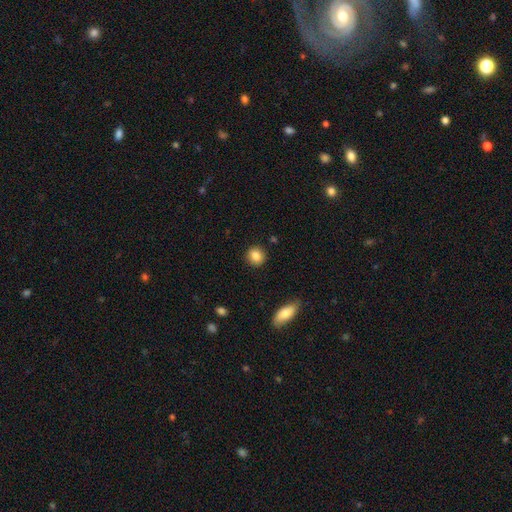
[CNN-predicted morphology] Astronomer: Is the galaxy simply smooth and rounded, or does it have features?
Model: smooth — 85%.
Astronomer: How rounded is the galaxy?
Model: round — 82%.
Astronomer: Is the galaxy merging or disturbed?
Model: none — 90%.